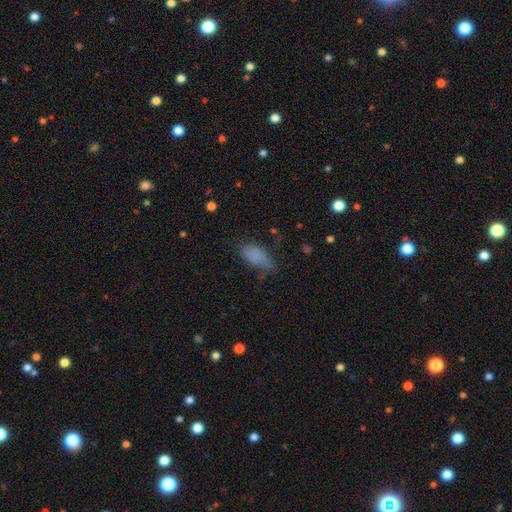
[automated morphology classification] Overall: smooth (81%). How rounded: in between (88%). Merging: none (55%; minor disturbance 30%).